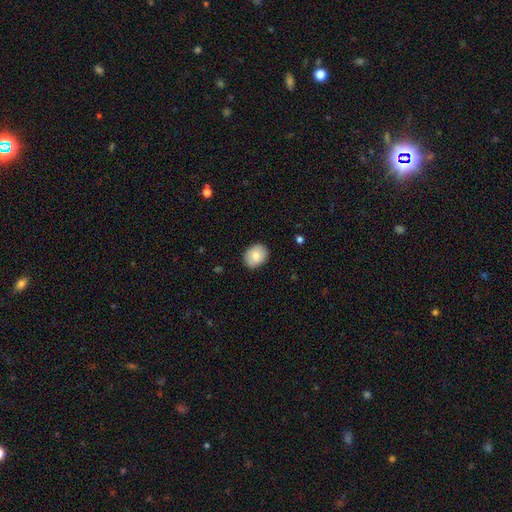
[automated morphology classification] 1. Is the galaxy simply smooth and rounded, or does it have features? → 84% smooth, 10% featured or disk, 7% star or artifact.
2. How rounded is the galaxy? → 56% in between, 44% round, 1% cigar-shaped.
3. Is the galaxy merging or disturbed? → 85% none, 12% minor disturbance, 2% major disturbance, 1% merger.